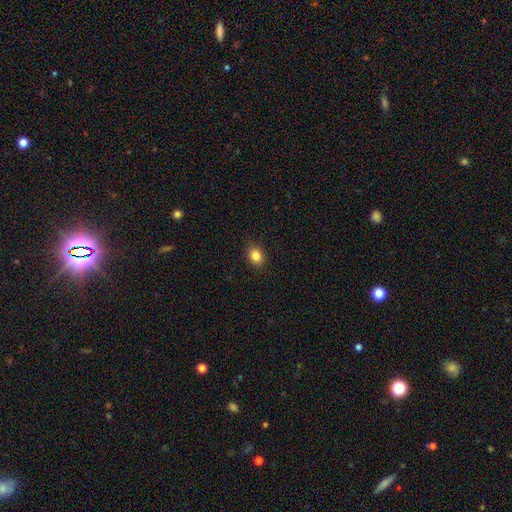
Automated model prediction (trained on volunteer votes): This is clearly a smooth galaxy (85%). How rounded: possibly in between (55%). Merging: clearly none (88%).